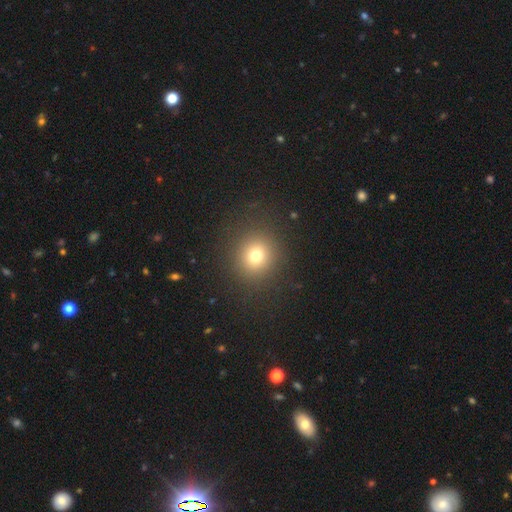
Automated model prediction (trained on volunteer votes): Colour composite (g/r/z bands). It shows a smooth galaxy with no disk features (73%) that is round (89%). Merging: none (88%).